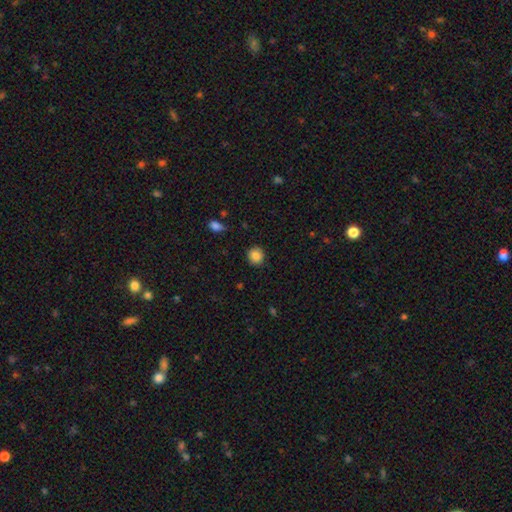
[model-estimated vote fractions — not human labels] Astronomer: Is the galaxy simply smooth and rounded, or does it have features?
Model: smooth — 86%.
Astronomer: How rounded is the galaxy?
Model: round — 87%.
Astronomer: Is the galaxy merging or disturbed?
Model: none — 88%.